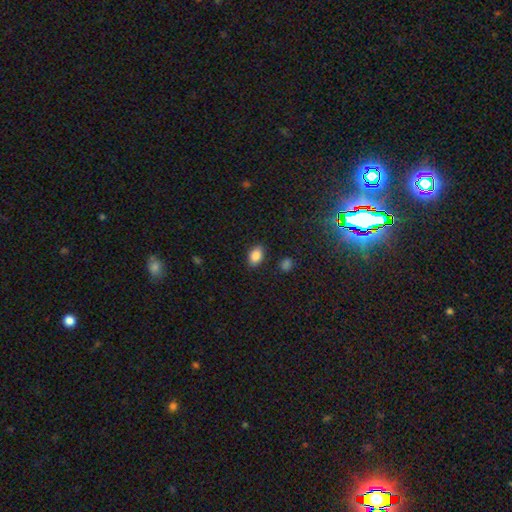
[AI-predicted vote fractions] Smooth or featured? smooth (86%)
How rounded? in between (88%)
Merging? none (86%)